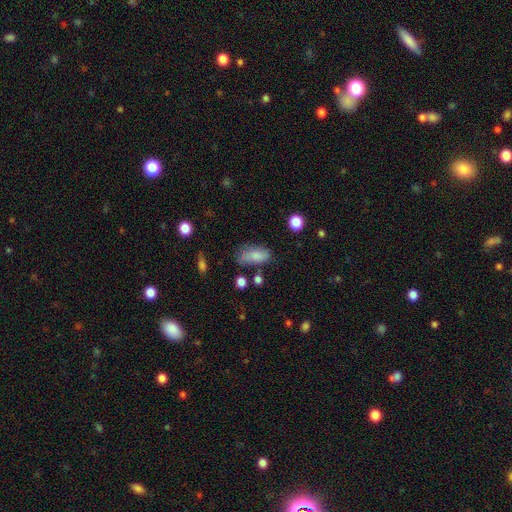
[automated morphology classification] smooth 81%, featured or disk 11%, star or artifact 8%. Down the decision tree: how rounded — in between (89%); merging — none (56%).